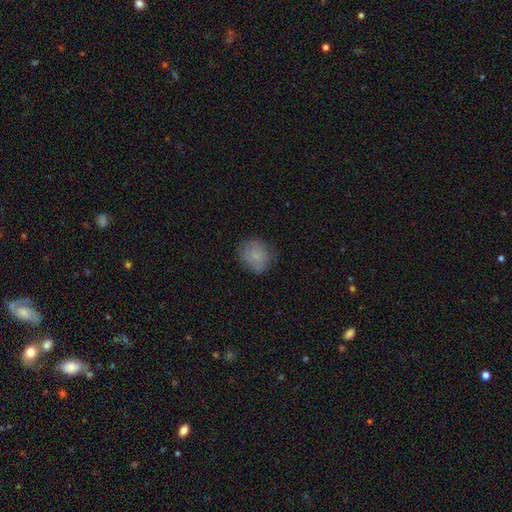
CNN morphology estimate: Q: Smooth or featured?
A: smooth (75%); runner-up: featured or disk (16%)
Q: How rounded?
A: round (78%); runner-up: in between (21%)
Q: Merging?
A: none (73%); runner-up: minor disturbance (20%)